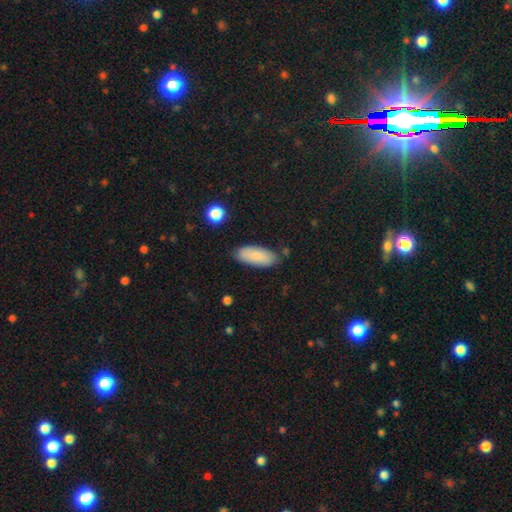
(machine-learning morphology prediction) The model was most divided on "merging": none: 78%, minor disturbance: 16%, major disturbance: 3%, merger: 3%. More confident: smooth or featured — smooth (84%); how rounded — in between (83%).